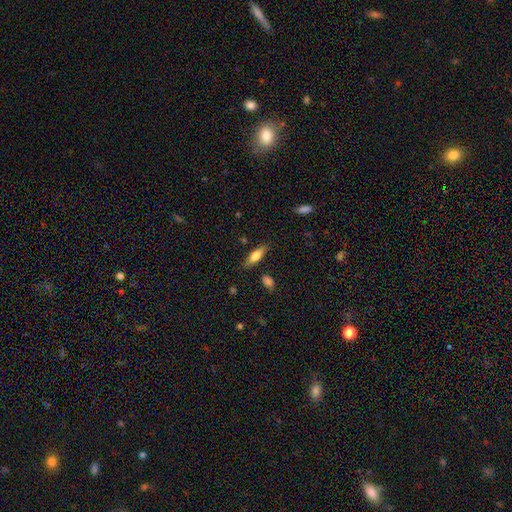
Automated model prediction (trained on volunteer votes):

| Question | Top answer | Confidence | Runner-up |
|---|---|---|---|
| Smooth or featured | smooth | 69% | featured or disk (24%) |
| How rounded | in between | 55% | cigar-shaped (43%) |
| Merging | none | 80% | minor disturbance (14%) |